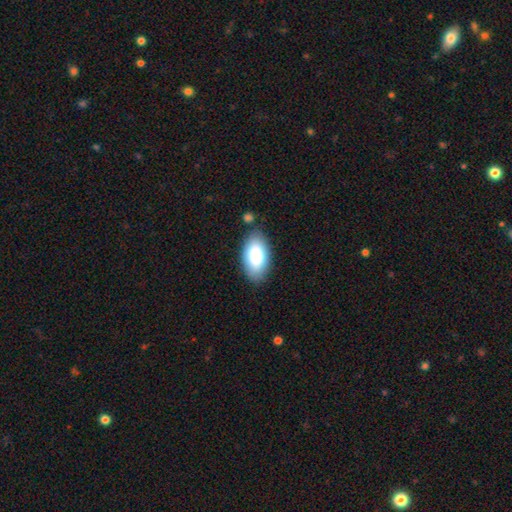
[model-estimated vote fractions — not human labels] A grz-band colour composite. It shows a smooth galaxy with no disk features (86%) that is in between round and cigar-shaped (95%). Merging: none (80%).